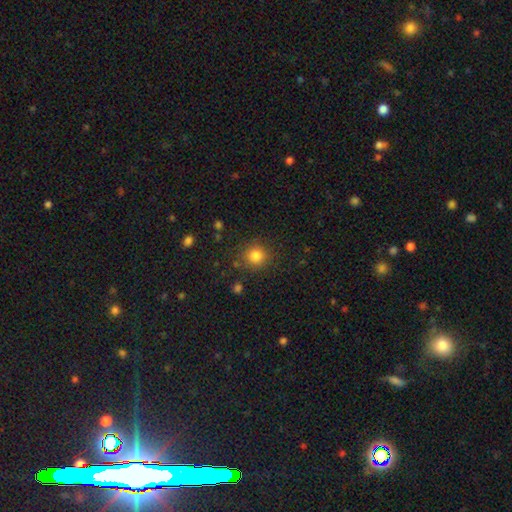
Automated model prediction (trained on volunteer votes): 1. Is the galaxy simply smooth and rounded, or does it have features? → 83% smooth, 12% star or artifact, 5% featured or disk.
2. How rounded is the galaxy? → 91% round, 8% in between, 1% cigar-shaped.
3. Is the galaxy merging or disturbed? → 84% none, 9% minor disturbance, 4% major disturbance, 2% merger.